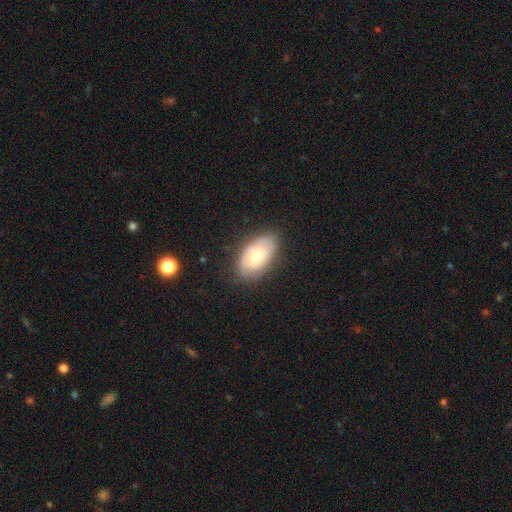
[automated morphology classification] Smooth or featured? smooth (56%)
How rounded? in between (93%)
Merging? none (77%)